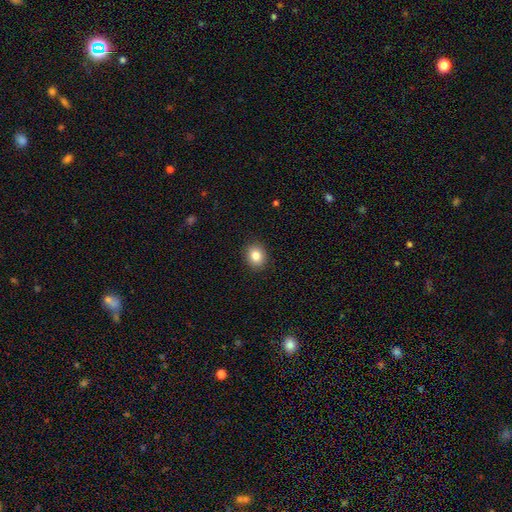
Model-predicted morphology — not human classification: The model was most divided on "how rounded": round: 61%, in between: 38%, cigar-shaped: 1%. More confident: merging — none (90%); smooth or featured — smooth (84%).